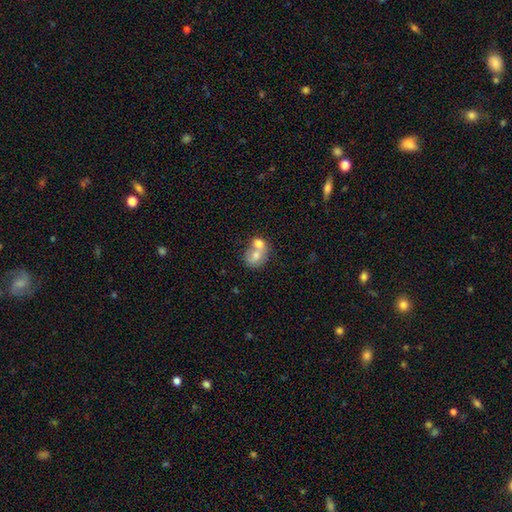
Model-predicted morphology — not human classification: smooth 66%, featured or disk 27%, star or artifact 8%. Down the decision tree: how rounded — round (53%); merging — merger (69%).